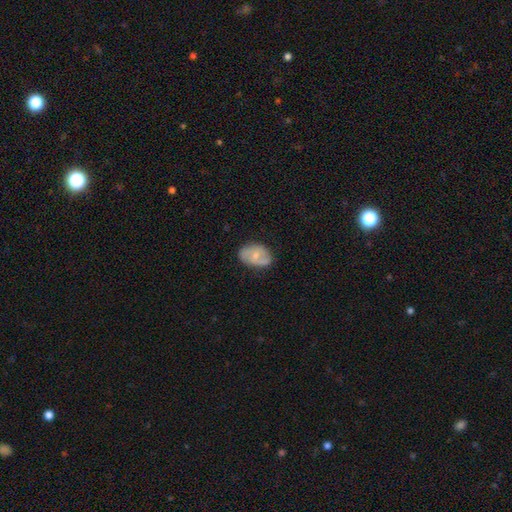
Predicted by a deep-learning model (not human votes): Smooth or featured? smooth (50%)
How rounded? in between (82%)
Merging? none (72%)